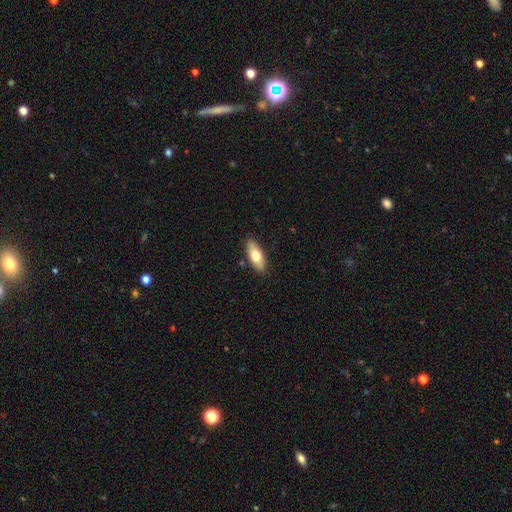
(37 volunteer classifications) Smooth or featured?
  - smooth: 70% *
  - featured or disk: 24%
  - star or artifact: 5%
How rounded?
  - in between: 85% *
  - cigar-shaped: 15%
  - round: 0%
Merging?
  - none: 100% *
  - minor disturbance: 0%
  - major disturbance: 0%
  - merger: 0%